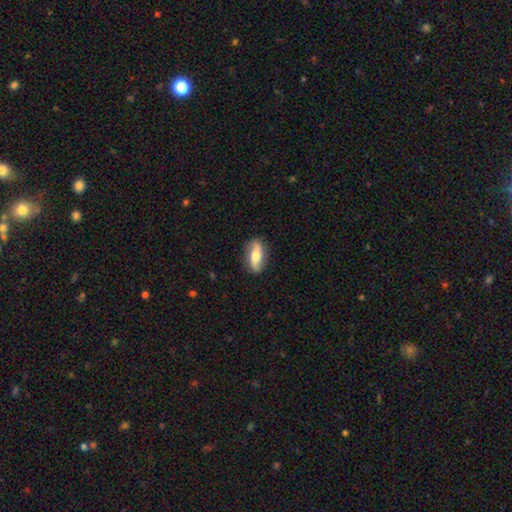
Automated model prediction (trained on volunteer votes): Q: Smooth or featured?
A: featured or disk (48%); runner-up: smooth (46%)
Q: Merging?
A: none (85%); runner-up: minor disturbance (11%)